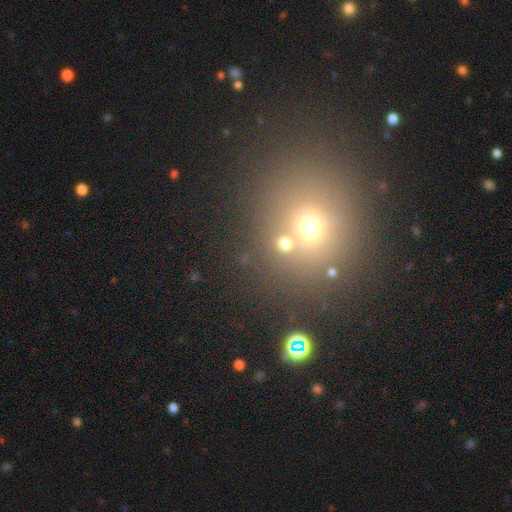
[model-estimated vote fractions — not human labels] This appears to be a smooth galaxy with no disk features (53%) that is round (80%). Merging: none (73%).